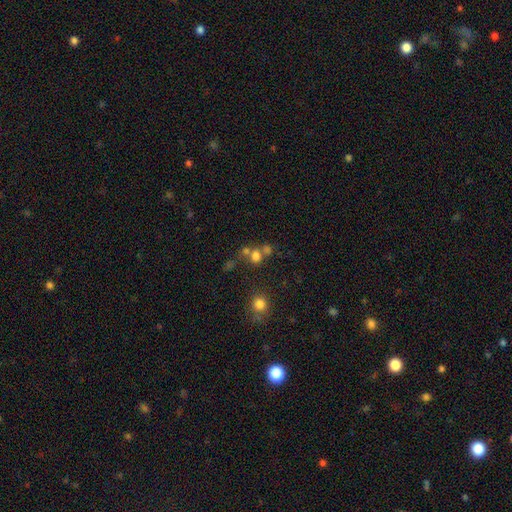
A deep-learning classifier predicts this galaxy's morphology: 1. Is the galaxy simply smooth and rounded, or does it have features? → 70% smooth, 19% star or artifact, 11% featured or disk.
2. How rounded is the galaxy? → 76% round, 23% in between, 1% cigar-shaped.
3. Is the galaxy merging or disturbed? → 45% none, 41% merger, 8% minor disturbance, 6% major disturbance.